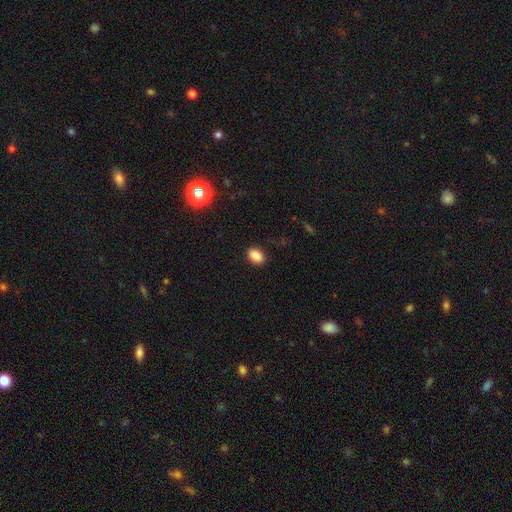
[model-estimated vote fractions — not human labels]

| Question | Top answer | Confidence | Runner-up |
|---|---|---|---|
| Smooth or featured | smooth | 87% | star or artifact (10%) |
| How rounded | in between | 84% | round (14%) |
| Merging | none | 87% | minor disturbance (9%) |